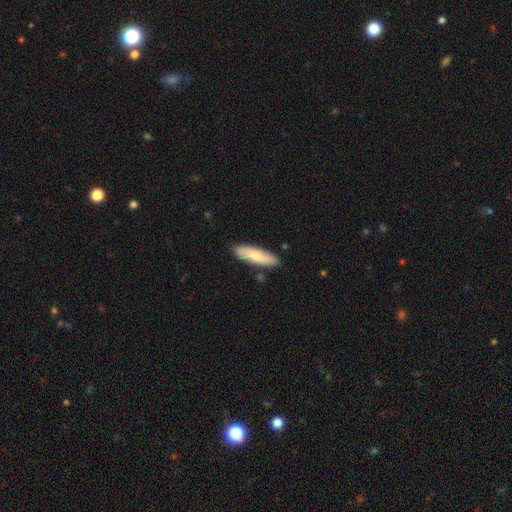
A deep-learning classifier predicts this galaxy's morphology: smooth 71%, featured or disk 24%, star or artifact 5%. Down the decision tree: how rounded — cigar-shaped (62%); merging — none (85%).